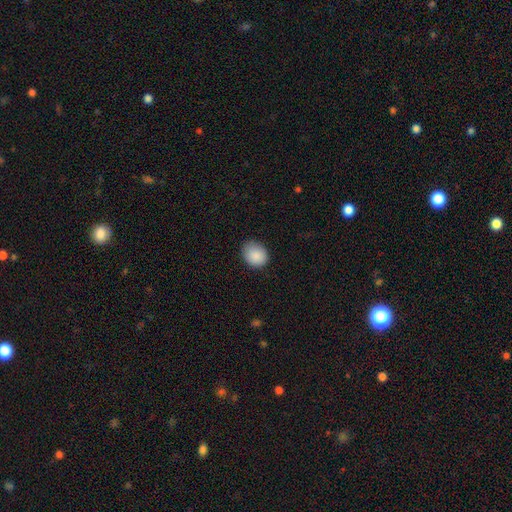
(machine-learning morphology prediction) This is clearly a smooth galaxy (88%). How rounded: likely round (63%). Merging: likely none (78%).